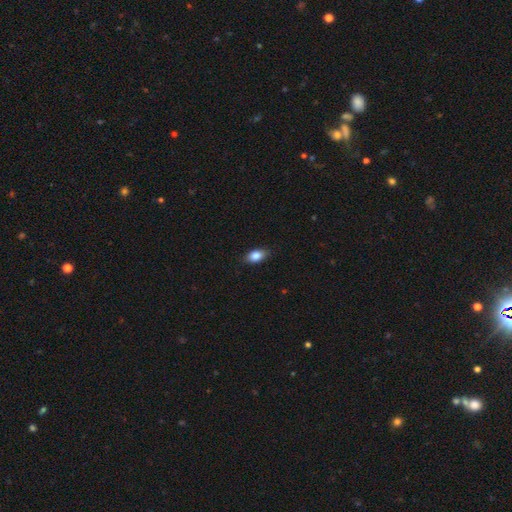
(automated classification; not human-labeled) Morphology: type=smooth (84%); roundness=in between (85%); merging=none (85%).